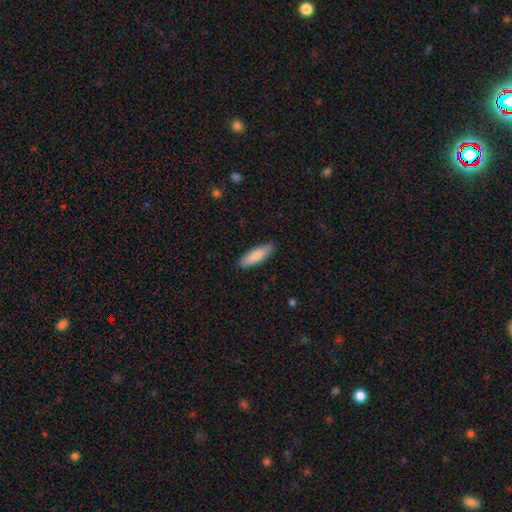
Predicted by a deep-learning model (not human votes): Overall: smooth (85%). How rounded: cigar-shaped (55%; in between 44%). Merging: none (88%).